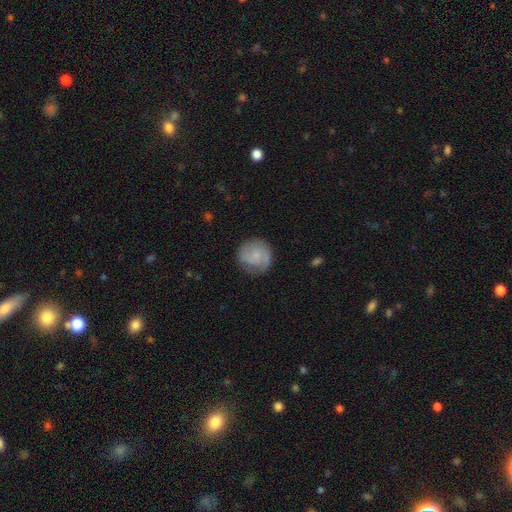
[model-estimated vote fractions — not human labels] This is possibly a featured or disk galaxy (54%). It is clearly not viewed edge-on (98%). Bar: likely no (73%). Spiral arm pattern: clearly yes (88%). Central bulge: likely small (70%). Merging: likely none (71%).